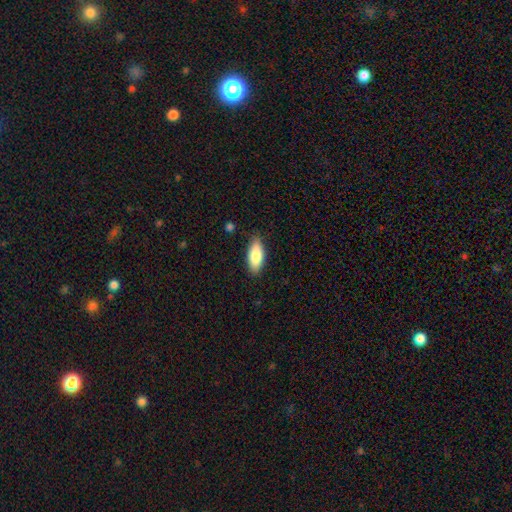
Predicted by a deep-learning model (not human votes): A smooth galaxy with no disk features (82%) that is in between round and cigar-shaped (80%).

Vote fractions:
- Smooth or featured? smooth: 82% / featured or disk: 12% / star or artifact: 6%
- How rounded? in between: 80% / cigar-shaped: 18% / round: 2%
- Merging? none: 85% / minor disturbance: 12% / major disturbance: 2% / merger: 1%